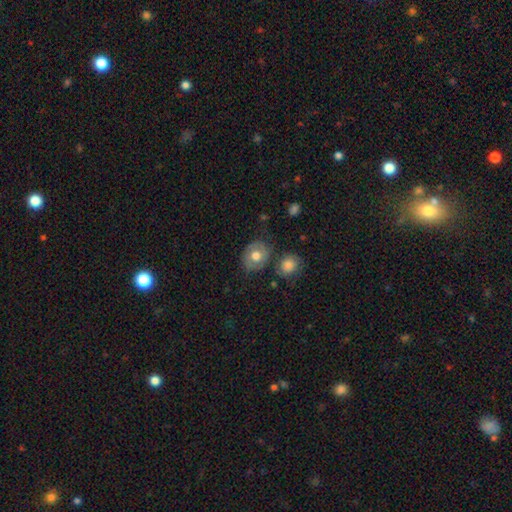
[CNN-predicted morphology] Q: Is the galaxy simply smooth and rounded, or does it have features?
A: smooth — 65%.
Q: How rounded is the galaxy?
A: round — 57%.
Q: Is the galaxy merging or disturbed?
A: none — 73%.